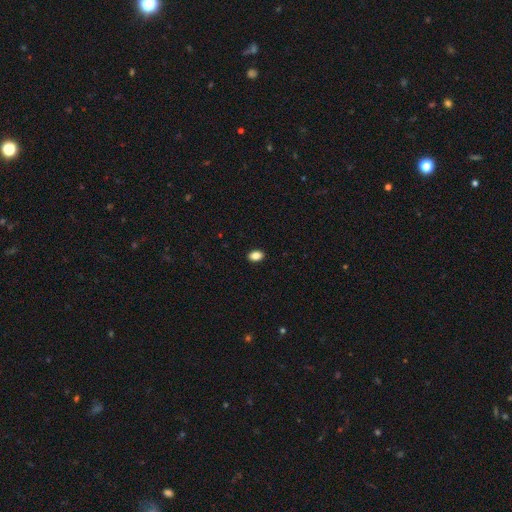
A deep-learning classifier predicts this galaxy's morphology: Smooth or featured? smooth (86%)
How rounded? in between (85%)
Merging? none (90%)